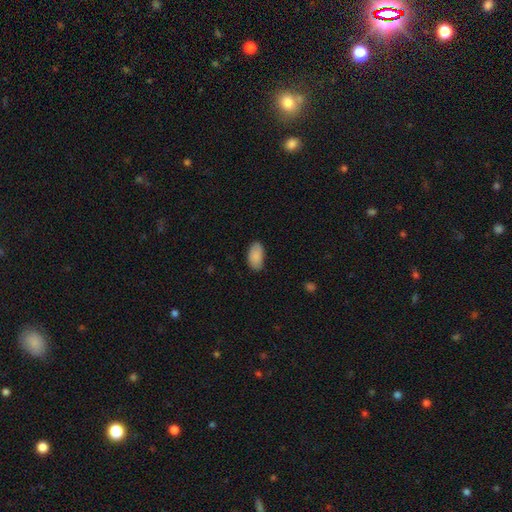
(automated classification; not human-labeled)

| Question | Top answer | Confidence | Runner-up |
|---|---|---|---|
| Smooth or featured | smooth | 89% | star or artifact (6%) |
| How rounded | in between | 95% | round (3%) |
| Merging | none | 80% | minor disturbance (16%) |